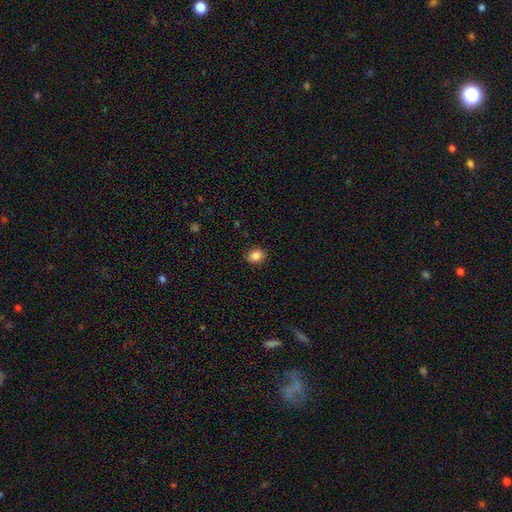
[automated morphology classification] This is clearly a smooth galaxy (86%). How rounded: possibly round (52%). Merging: clearly none (89%).